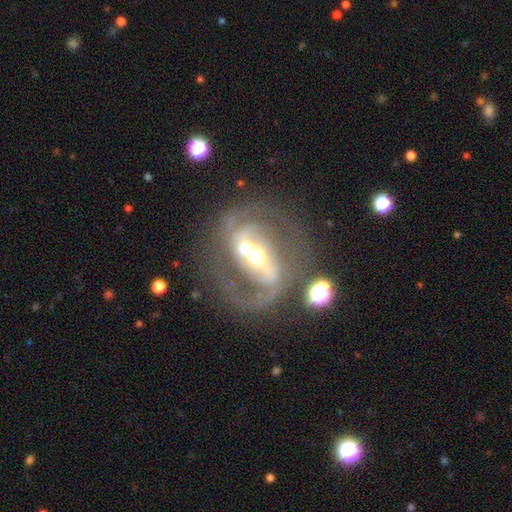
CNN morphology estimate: A featured or disk galaxy (83%) with a strong bar (45%), 2 (80%) medium (51%) spiral arms (87%) and a moderate central bulge (62%). Merging: none (57%).